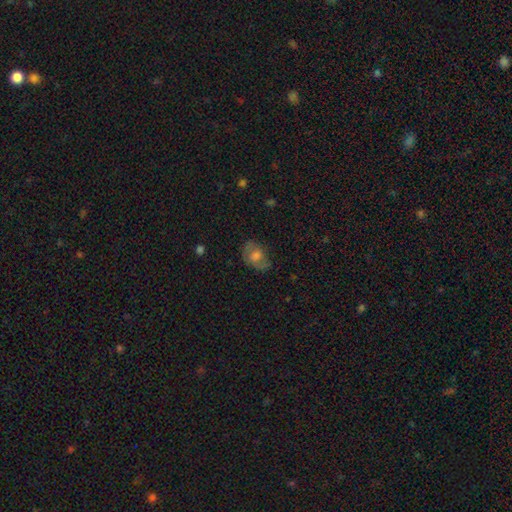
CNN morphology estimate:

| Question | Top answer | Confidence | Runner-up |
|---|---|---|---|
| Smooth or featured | smooth | 51% | featured or disk (38%) |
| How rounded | in between | 73% | round (26%) |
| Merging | none | 67% | minor disturbance (22%) |